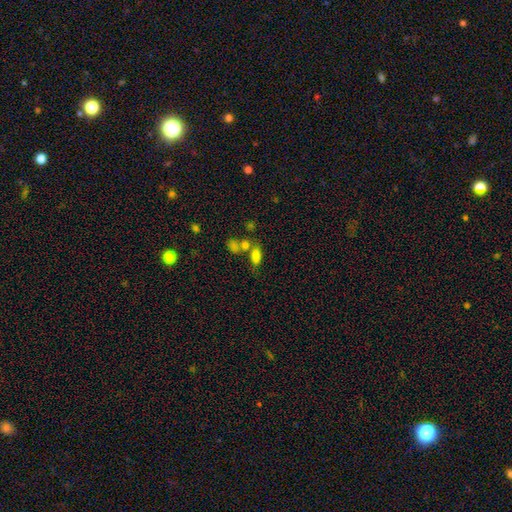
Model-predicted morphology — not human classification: This appears to be a smooth galaxy with no disk features (78%) that is in between round and cigar-shaped (85%). Merging: none (47%).